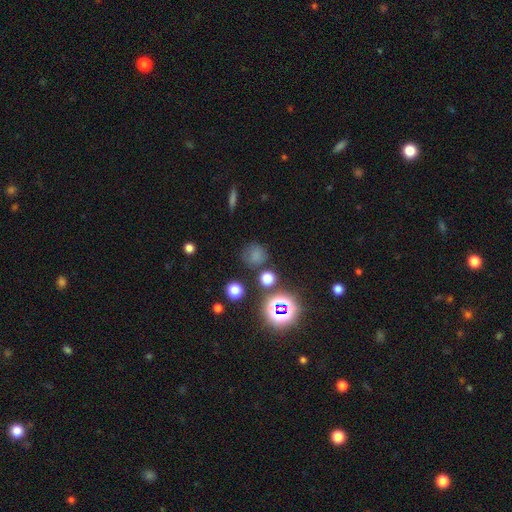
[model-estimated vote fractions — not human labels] Overall: smooth (67%). How rounded: round (87%). Merging: none (75%).